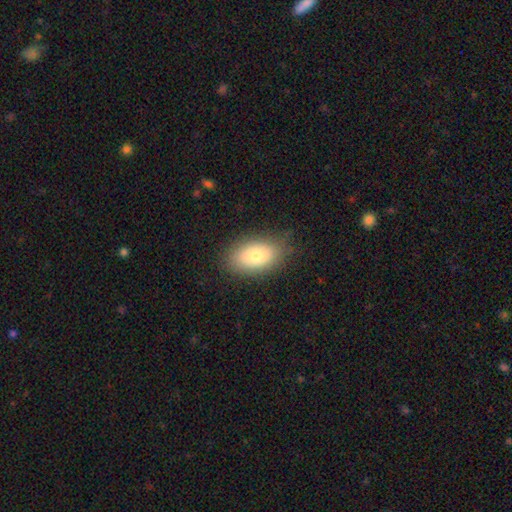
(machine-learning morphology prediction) type=smooth (75%); roundness=in between (90%); merging=none (81%).